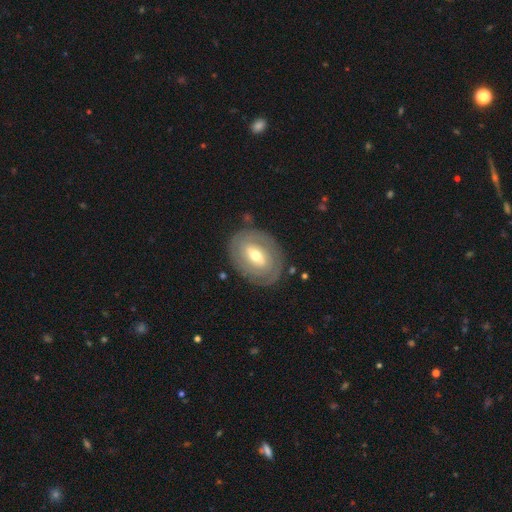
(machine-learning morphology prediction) featured or disk 76%, smooth 19%, star or artifact 5%. Down the decision tree: edge-on disk — no (95%); bar — weak (45%); spiral arms — yes (77%); spiral arm count — 2 (48%); spiral winding — tight (81%); bulge size — moderate (64%); merging — none (81%).